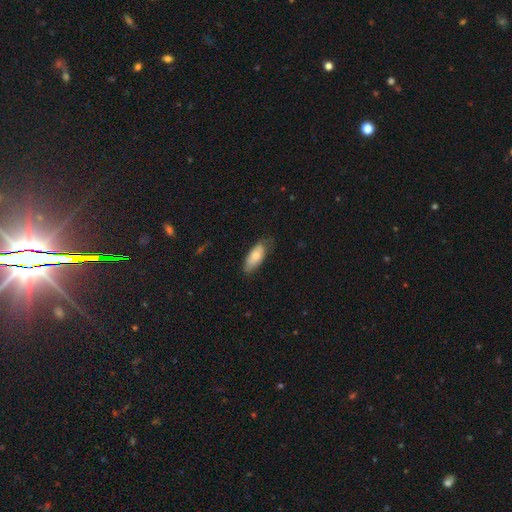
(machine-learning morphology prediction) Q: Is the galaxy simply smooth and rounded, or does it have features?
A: smooth — 73%.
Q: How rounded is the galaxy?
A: in between — 82%.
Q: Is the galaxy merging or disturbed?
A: none — 66%.